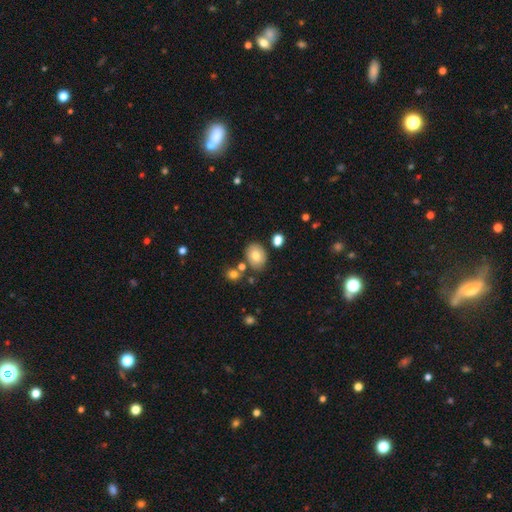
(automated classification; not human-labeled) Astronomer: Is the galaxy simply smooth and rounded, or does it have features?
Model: smooth — 76%.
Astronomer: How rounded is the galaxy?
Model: in between — 62%.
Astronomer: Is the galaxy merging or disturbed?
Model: none — 76%.